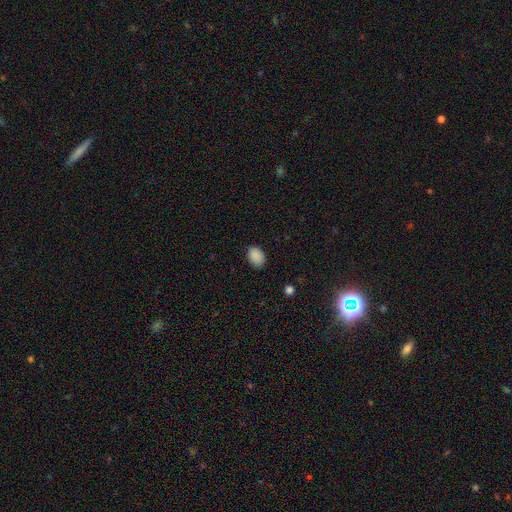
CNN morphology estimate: Smooth or featured? smooth (89%)
How rounded? in between (72%)
Merging? none (83%)